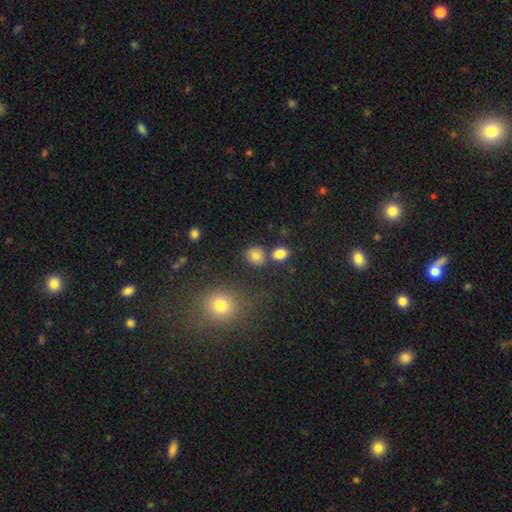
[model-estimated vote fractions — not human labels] Morphology: type=smooth (82%); roundness=round (74%); merging=none (76%).